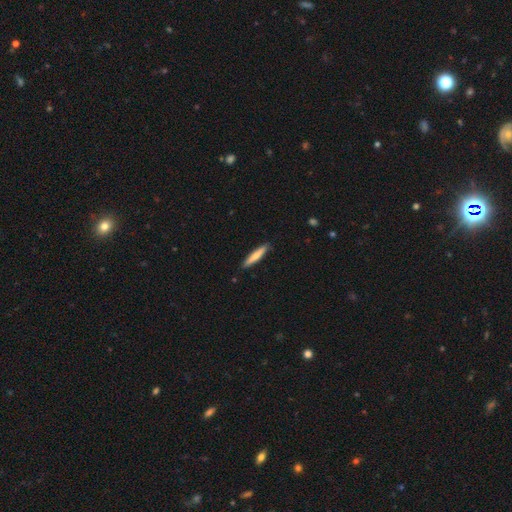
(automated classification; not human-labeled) Smooth or featured? Predicted: smooth (p=0.68). How rounded? Predicted: cigar-shaped (p=0.91). Merging? Predicted: none (p=0.89).